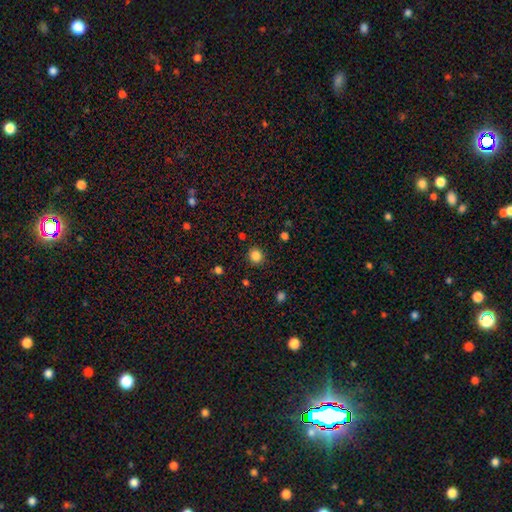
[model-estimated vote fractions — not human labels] Smooth or featured?
  - smooth: 85% *
  - star or artifact: 12%
  - featured or disk: 3%
How rounded?
  - round: 88% *
  - in between: 11%
  - cigar-shaped: 1%
Merging?
  - none: 89% *
  - minor disturbance: 7%
  - major disturbance: 2%
  - merger: 2%